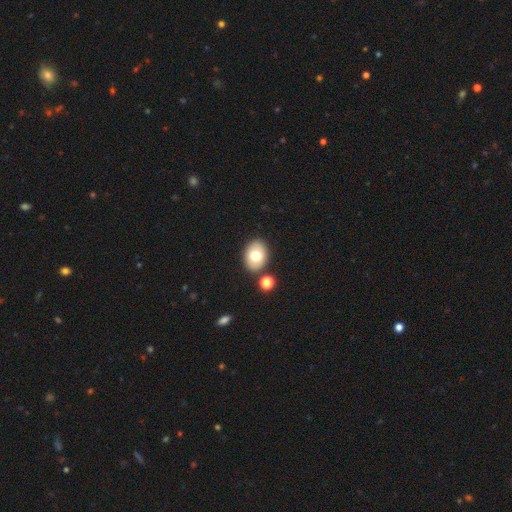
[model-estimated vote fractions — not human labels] This appears to be a smooth galaxy with no disk features (75%) that is in between round and cigar-shaped (70%). Merging: none (82%).